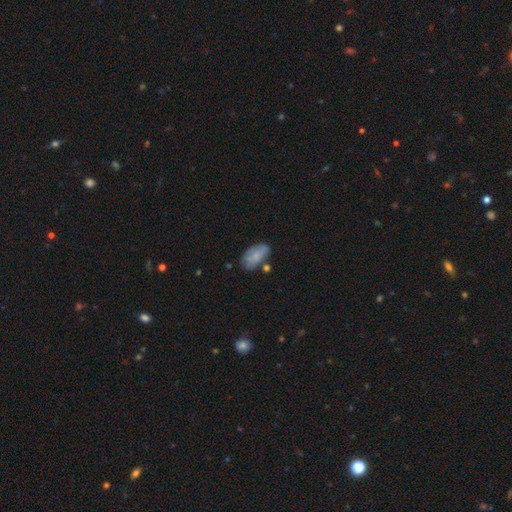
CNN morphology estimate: smooth-or-featured: smooth: 72% | featured or disk: 20% | star or artifact: 7%
  how-rounded: in between: 93% | round: 4% | cigar-shaped: 3%
  merging: none: 57% | minor disturbance: 26% | merger: 9% | major disturbance: 8%